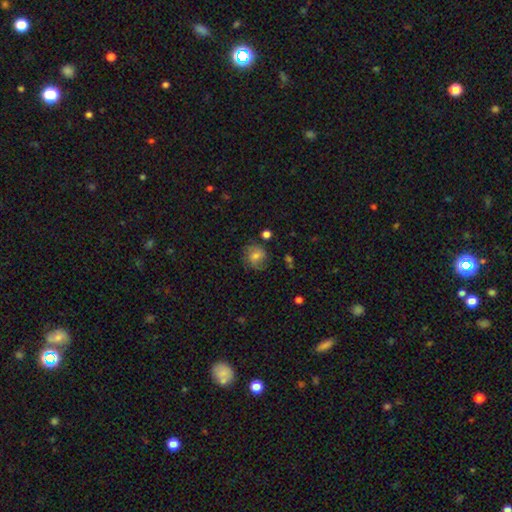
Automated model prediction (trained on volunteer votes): Smooth or featured? Predicted: smooth (p=0.57). How rounded? Predicted: round (p=0.76). Merging? Predicted: none (p=0.72).